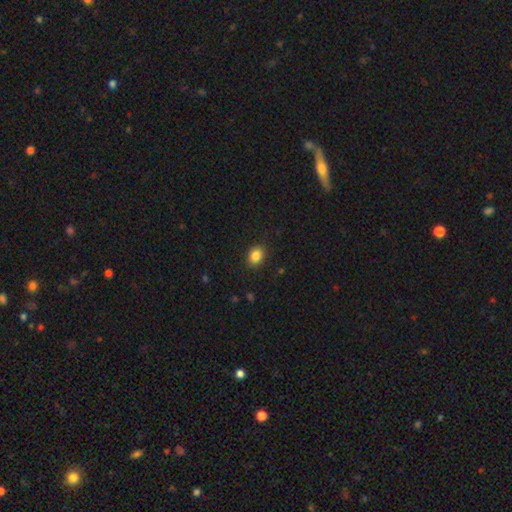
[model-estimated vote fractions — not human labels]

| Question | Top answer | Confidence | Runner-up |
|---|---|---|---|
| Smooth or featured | smooth | 86% | star or artifact (10%) |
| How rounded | in between | 57% | round (42%) |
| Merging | none | 88% | minor disturbance (8%) |